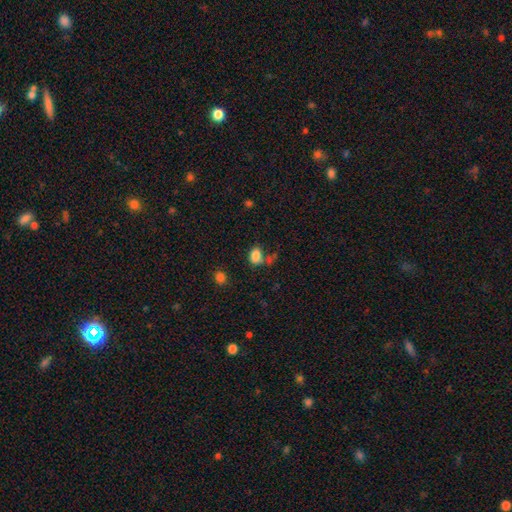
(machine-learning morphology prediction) Overall: smooth (83%). How rounded: in between (77%). Merging: none (54%; minor disturbance 20%).